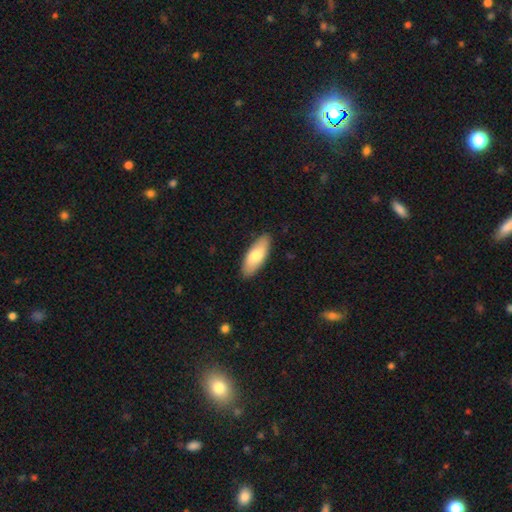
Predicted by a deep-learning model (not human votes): Smooth or featured: smooth — 73% (featured or disk — 22%)
How rounded: in between — 76% (cigar-shaped — 22%)
Merging: none — 88% (minor disturbance — 9%)